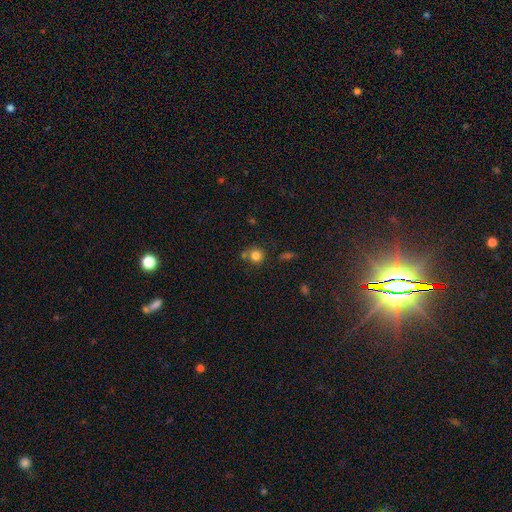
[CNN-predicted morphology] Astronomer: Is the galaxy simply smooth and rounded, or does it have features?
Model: smooth — 81%.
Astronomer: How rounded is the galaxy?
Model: round — 89%.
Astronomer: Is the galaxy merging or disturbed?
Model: none — 64%.